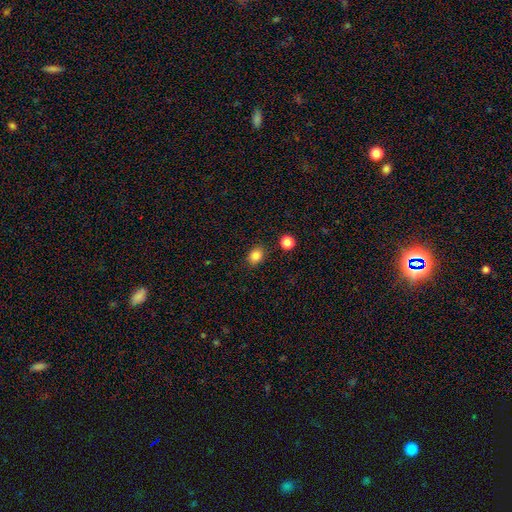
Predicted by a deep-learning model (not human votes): The model was most divided on "how rounded": round: 50%, in between: 49%, cigar-shaped: 1%. More confident: merging — none (85%); smooth or featured — smooth (84%).